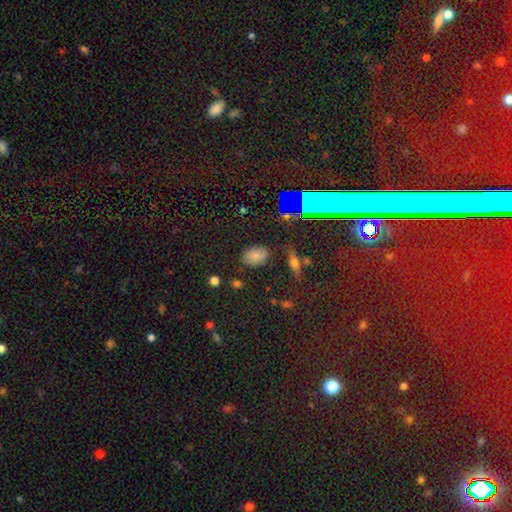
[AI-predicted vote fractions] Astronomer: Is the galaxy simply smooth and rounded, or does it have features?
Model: smooth — 69%.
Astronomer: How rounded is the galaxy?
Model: in between — 81%.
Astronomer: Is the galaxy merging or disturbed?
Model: none — 80%.